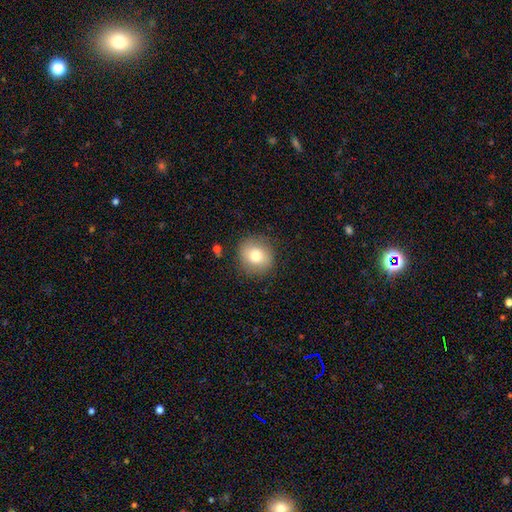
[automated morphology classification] Smooth or featured?
  - smooth: 77% *
  - featured or disk: 13%
  - star or artifact: 9%
How rounded?
  - round: 86% *
  - in between: 13%
  - cigar-shaped: 1%
Merging?
  - none: 87% *
  - minor disturbance: 9%
  - major disturbance: 3%
  - merger: 1%